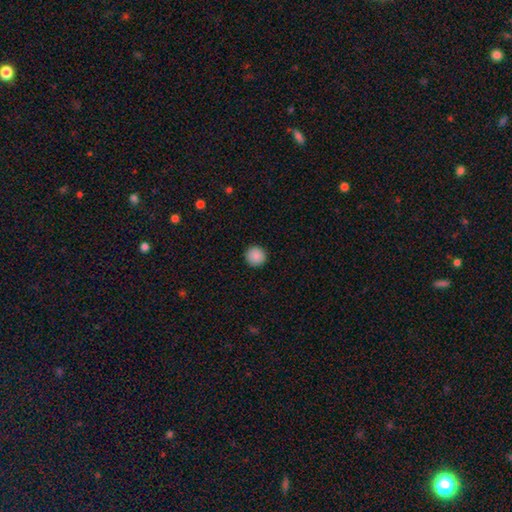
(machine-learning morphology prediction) This is clearly a smooth galaxy (89%). How rounded: clearly round (96%). Merging: clearly none (93%).